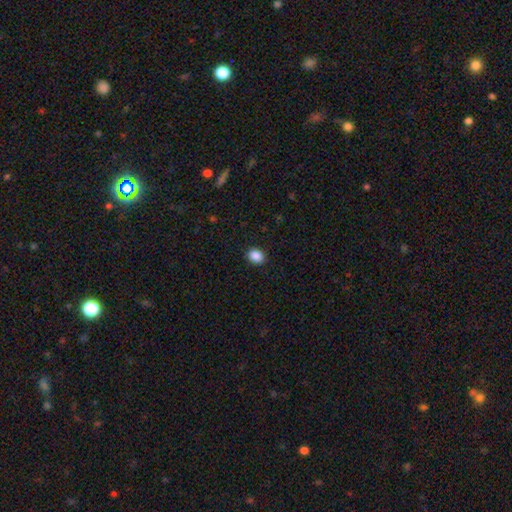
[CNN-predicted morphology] smooth 89%, star or artifact 9%, featured or disk 3%. Down the decision tree: how rounded — in between (52%); merging — none (90%).